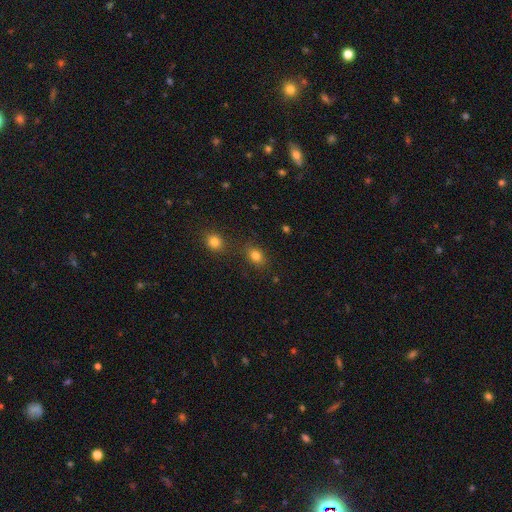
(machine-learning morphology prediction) Q: Smooth or featured?
A: smooth (81%); runner-up: star or artifact (12%)
Q: How rounded?
A: in between (65%); runner-up: round (34%)
Q: Merging?
A: none (77%); runner-up: minor disturbance (12%)